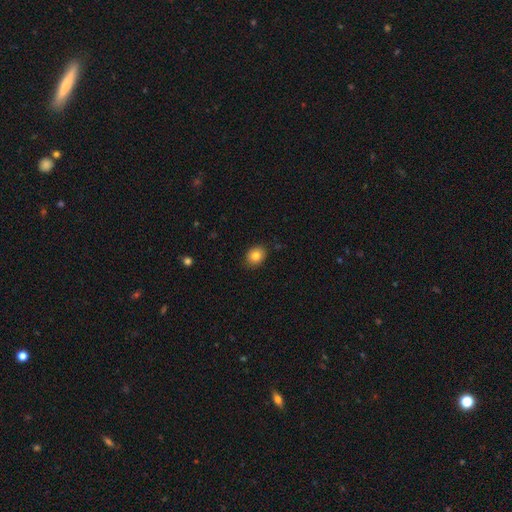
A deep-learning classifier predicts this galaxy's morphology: A smooth galaxy with no disk features (82%) that is round (53%).

Vote fractions:
- Smooth or featured? smooth: 82% / star or artifact: 10% / featured or disk: 8%
- How rounded? round: 53% / in between: 46% / cigar-shaped: 1%
- Merging? none: 87% / minor disturbance: 10% / major disturbance: 2% / merger: 1%